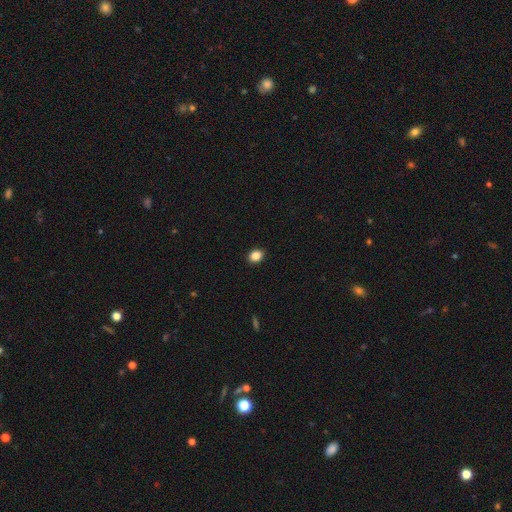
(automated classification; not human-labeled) This appears to be a smooth galaxy with no disk features (86%) that is in between round and cigar-shaped (52%). Merging: none (90%).